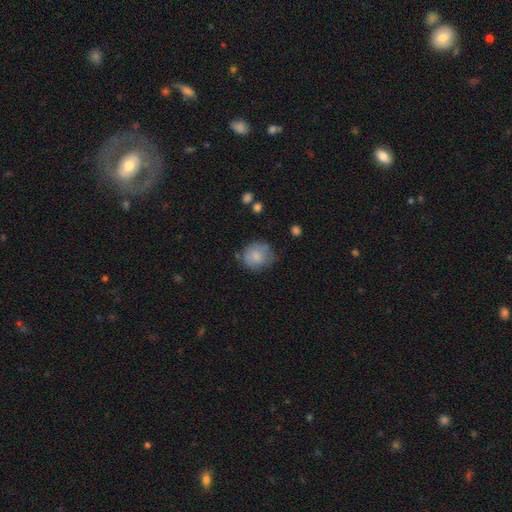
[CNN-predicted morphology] smooth-or-featured: smooth: 77% | featured or disk: 15% | star or artifact: 7%
  how-rounded: round: 77% | in between: 22% | cigar-shaped: 1%
  merging: none: 58% | minor disturbance: 29% | major disturbance: 9% | merger: 3%